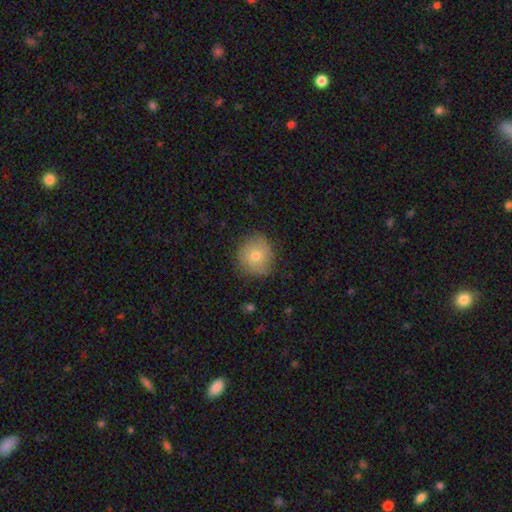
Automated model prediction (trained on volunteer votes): Smooth or featured?
  - smooth: 72% *
  - featured or disk: 20%
  - star or artifact: 9%
How rounded?
  - round: 90% *
  - in between: 9%
  - cigar-shaped: 1%
Merging?
  - none: 81% *
  - minor disturbance: 14%
  - major disturbance: 3%
  - merger: 1%